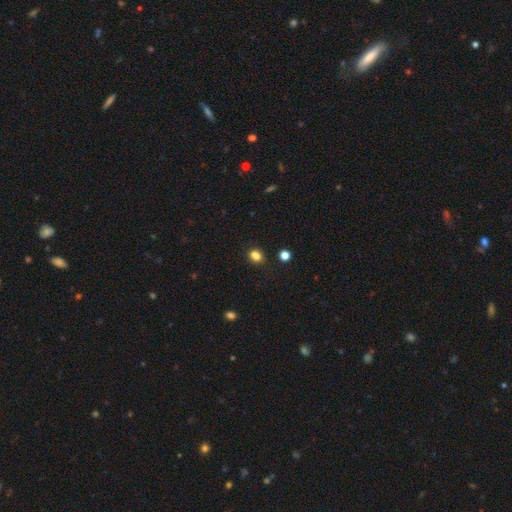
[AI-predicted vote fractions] A smooth galaxy with no disk features (82%) that is in between round and cigar-shaped (58%).

Vote fractions:
- Smooth or featured? smooth: 82% / star or artifact: 13% / featured or disk: 5%
- How rounded? in between: 58% / round: 41% / cigar-shaped: 1%
- Merging? none: 74% / minor disturbance: 13% / merger: 10% / major disturbance: 3%